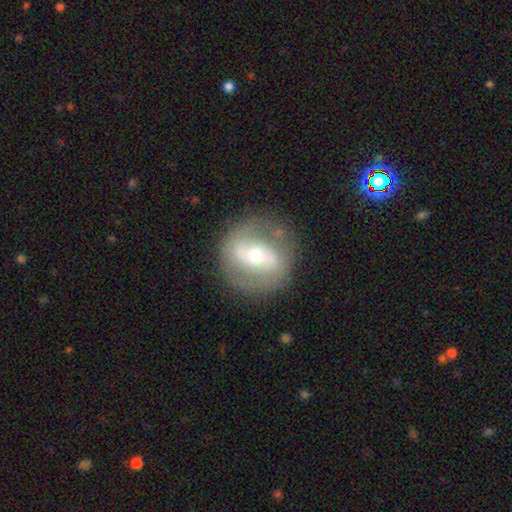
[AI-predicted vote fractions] This is likely a featured or disk galaxy (63%). It is clearly not viewed edge-on (94%). Bar: marginally strong (40%). Spiral arm pattern: possibly no (52%). Central bulge: possibly moderate (59%). Merging: likely none (78%).